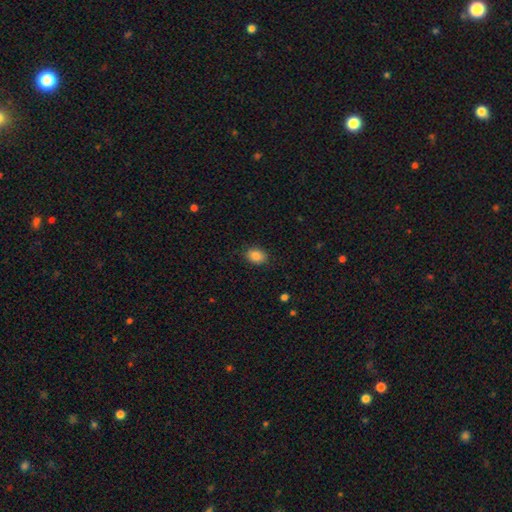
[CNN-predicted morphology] Smooth or featured? Predicted: smooth (p=0.87). How rounded? Predicted: in between (p=0.71). Merging? Predicted: none (p=0.86).